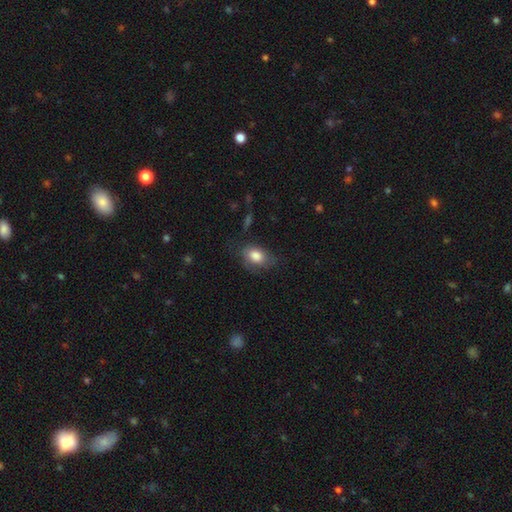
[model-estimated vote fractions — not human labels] smooth-or-featured: smooth: 82% | featured or disk: 10% | star or artifact: 8%
  how-rounded: in between: 81% | round: 18% | cigar-shaped: 1%
  merging: none: 60% | minor disturbance: 27% | major disturbance: 11% | merger: 2%